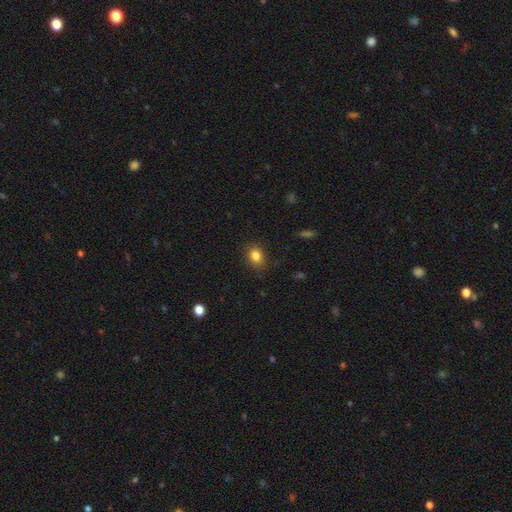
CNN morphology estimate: The model was most divided on "how rounded": in between: 59%, round: 40%, cigar-shaped: 1%. More confident: merging — none (84%); smooth or featured — smooth (83%).